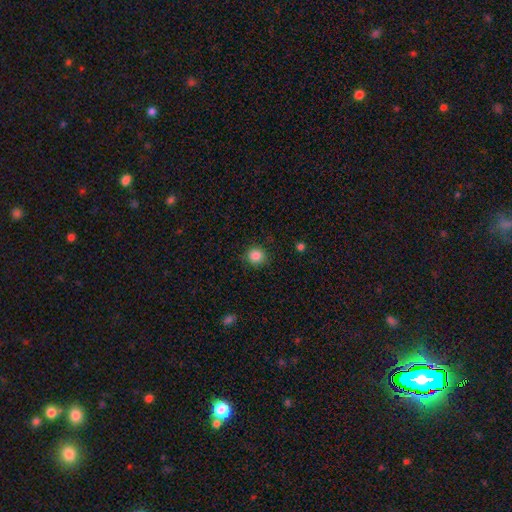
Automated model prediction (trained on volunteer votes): smooth-or-featured: smooth: 87% | star or artifact: 10% | featured or disk: 3%
  how-rounded: round: 91% | in between: 9% | cigar-shaped: 1%
  merging: none: 88% | minor disturbance: 9% | major disturbance: 3% | merger: 1%